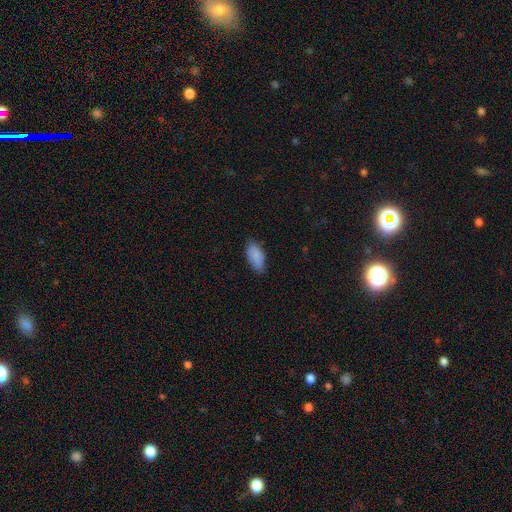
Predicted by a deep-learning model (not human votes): smooth_or_featured: smooth (p=0.86) [alt: featured or disk p=0.07]
how_rounded: in between (p=0.92) [alt: cigar-shaped p=0.05]
merging: none (p=0.71) [alt: minor disturbance p=0.24]